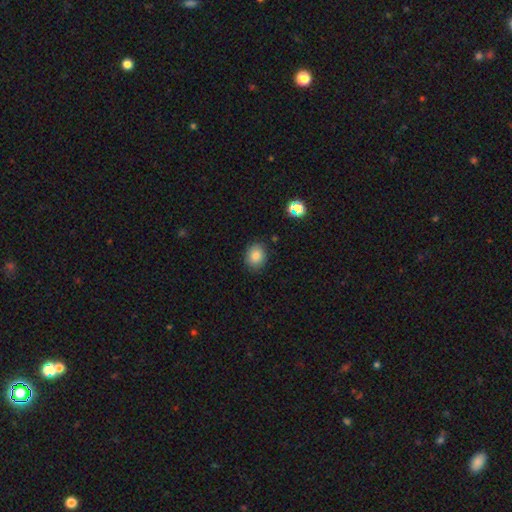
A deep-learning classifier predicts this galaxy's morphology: A smooth galaxy with no disk features (81%) that is round (60%).

Vote fractions:
- Smooth or featured? smooth: 81% / star or artifact: 11% / featured or disk: 8%
- How rounded? round: 60% / in between: 39% / cigar-shaped: 1%
- Merging? none: 86% / minor disturbance: 10% / major disturbance: 2% / merger: 2%